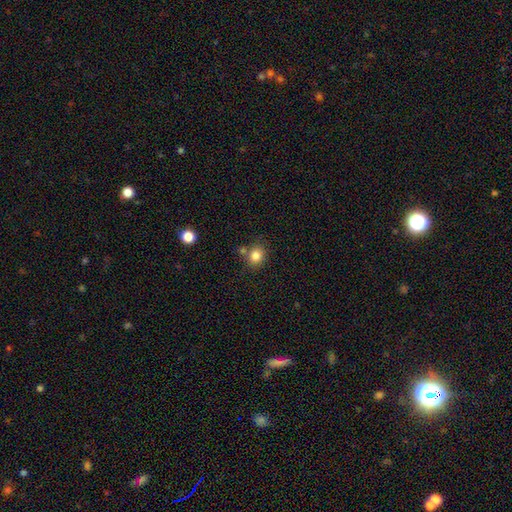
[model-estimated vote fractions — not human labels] smooth 83%, star or artifact 11%, featured or disk 6%. Down the decision tree: how rounded — round (72%); merging — none (69%).